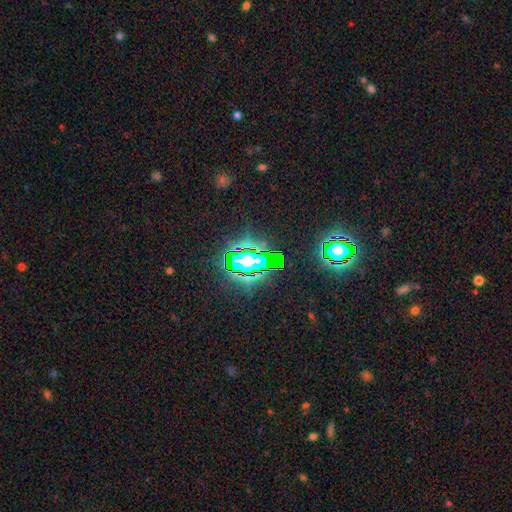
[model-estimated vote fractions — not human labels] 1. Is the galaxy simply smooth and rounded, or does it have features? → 81% star or artifact, 11% smooth, 8% featured or disk.